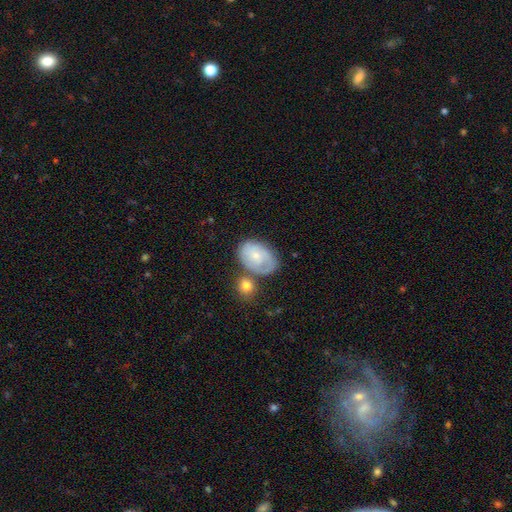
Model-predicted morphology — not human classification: This is possibly a smooth galaxy (47%, tied with featured or disk). Merging: possibly none (50%).